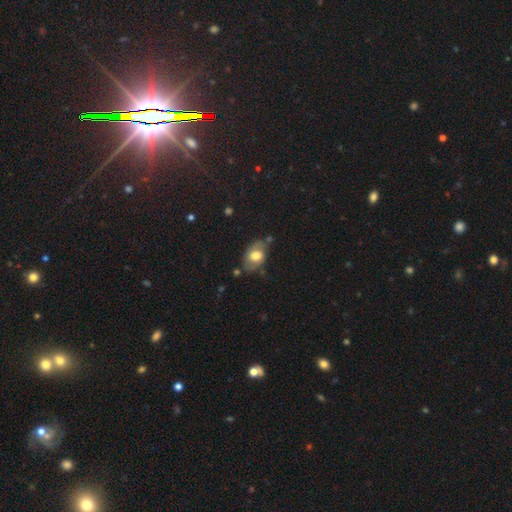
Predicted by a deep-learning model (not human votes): smooth-or-featured: smooth: 65% | featured or disk: 28% | star or artifact: 7%
  how-rounded: in between: 83% | round: 16% | cigar-shaped: 2%
  merging: none: 59% | minor disturbance: 27% | major disturbance: 8% | merger: 7%